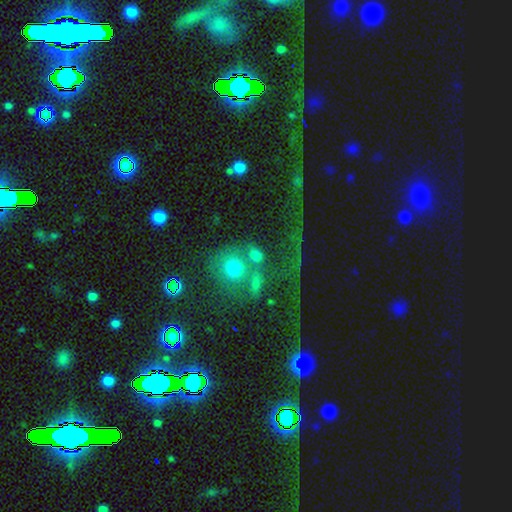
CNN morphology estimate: type=smooth (55%); roundness=round (72%); merging=merger (40%).